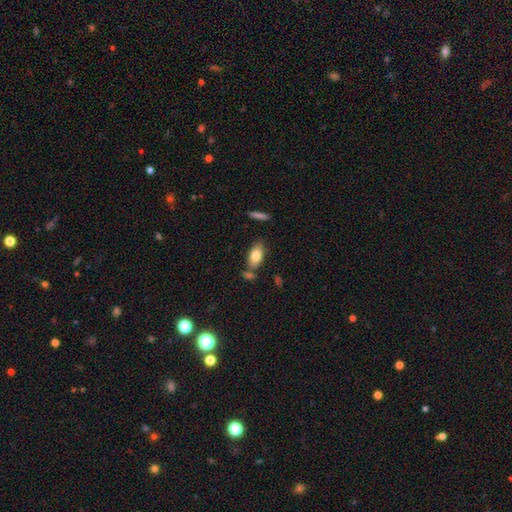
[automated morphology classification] This is clearly a smooth galaxy (80%). How rounded: clearly in between (91%). Merging: likely none (68%).